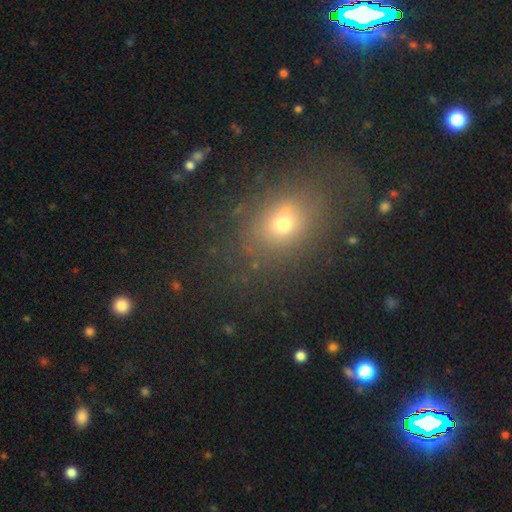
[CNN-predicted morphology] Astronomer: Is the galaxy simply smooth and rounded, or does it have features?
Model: smooth — 56%.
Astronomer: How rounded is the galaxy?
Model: in between — 57% (runner-up: round, 40%).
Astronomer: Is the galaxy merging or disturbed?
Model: none — 82%.